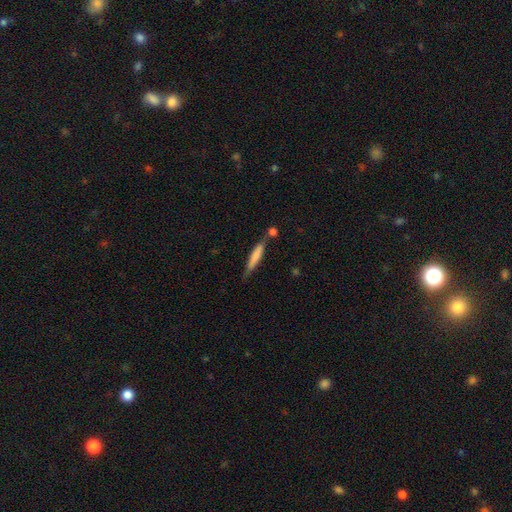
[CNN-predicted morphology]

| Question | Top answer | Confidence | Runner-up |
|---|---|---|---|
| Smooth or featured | smooth | 68% | featured or disk (26%) |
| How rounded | cigar-shaped | 90% | in between (8%) |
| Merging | none | 63% | minor disturbance (19%) |